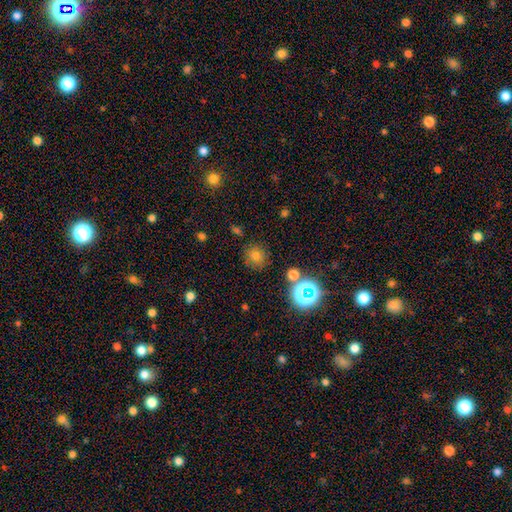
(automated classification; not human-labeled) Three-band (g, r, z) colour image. It shows a smooth galaxy with no disk features (70%) that is round (90%). Merging: none (82%).